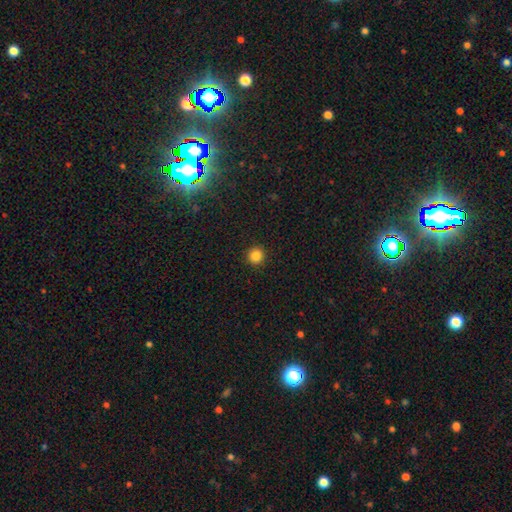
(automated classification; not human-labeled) This appears to be a smooth galaxy with no disk features (84%) that is round (94%). Merging: none (93%).